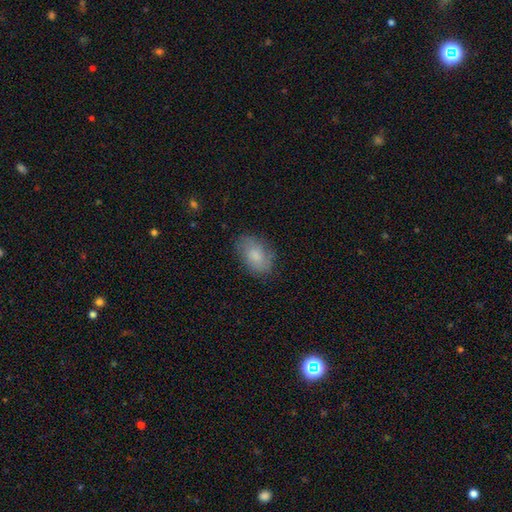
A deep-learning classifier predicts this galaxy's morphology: A smooth galaxy with no disk features (69%) that is in between round and cigar-shaped (88%).

Vote fractions:
- Smooth or featured? smooth: 69% / featured or disk: 23% / star or artifact: 8%
- How rounded? in between: 88% / round: 10% / cigar-shaped: 1%
- Merging? none: 74% / minor disturbance: 19% / major disturbance: 6% / merger: 1%